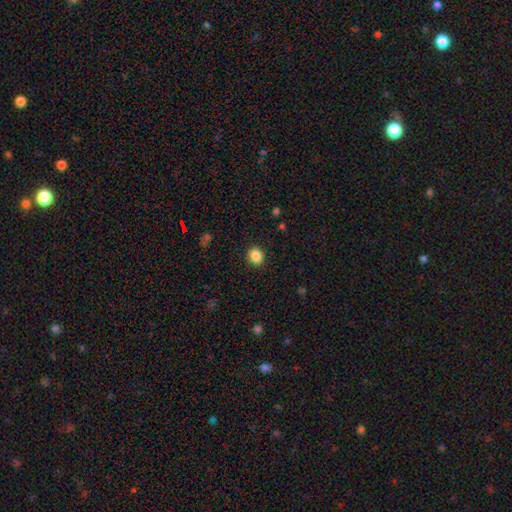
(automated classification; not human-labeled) Overall: smooth (86%). How rounded: round (70%). Merging: none (91%).